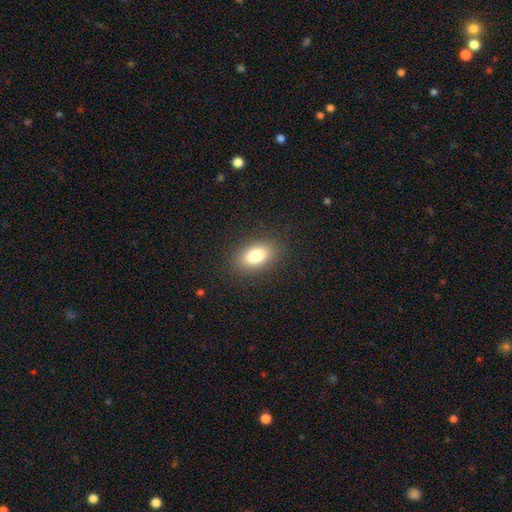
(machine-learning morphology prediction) Smooth or featured? Predicted: smooth (p=0.81). How rounded? Predicted: in between (p=0.89). Merging? Predicted: none (p=0.87).